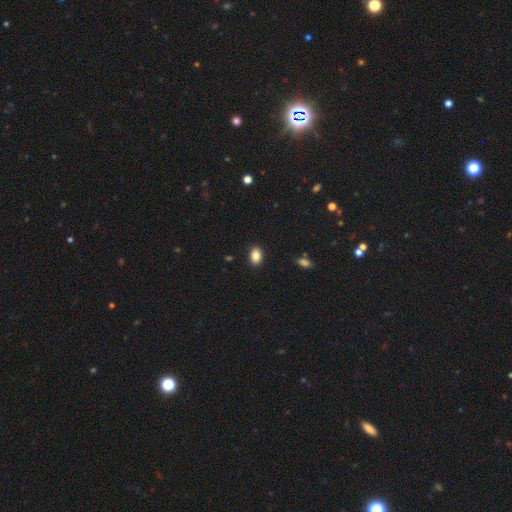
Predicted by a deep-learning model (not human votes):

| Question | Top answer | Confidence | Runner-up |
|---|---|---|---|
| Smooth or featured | smooth | 86% | star or artifact (9%) |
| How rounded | in between | 80% | round (19%) |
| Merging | none | 89% | minor disturbance (8%) |